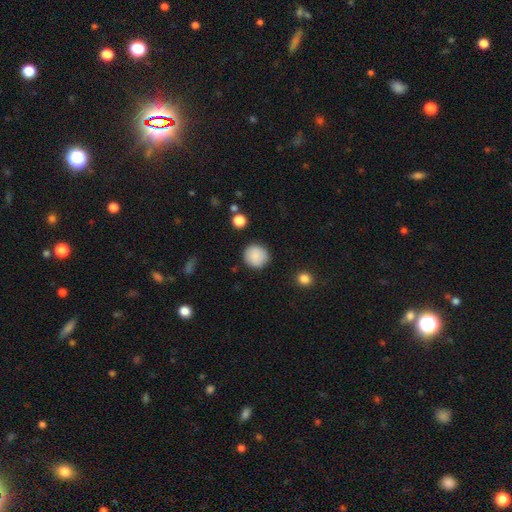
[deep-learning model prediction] This appears to be a smooth galaxy with no disk features (88%) that is round (93%). Merging: none (89%).